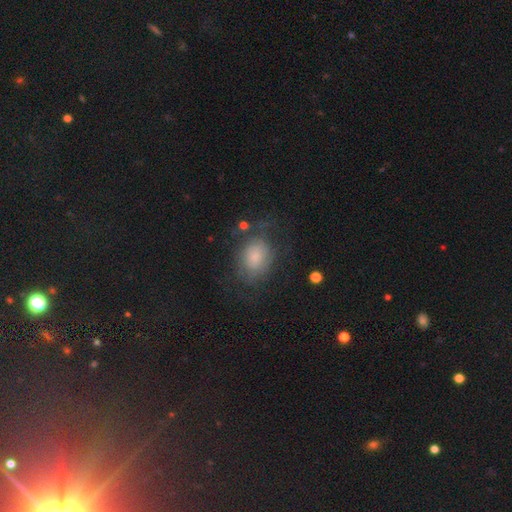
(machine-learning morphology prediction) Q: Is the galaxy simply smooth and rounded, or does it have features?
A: smooth — 56%.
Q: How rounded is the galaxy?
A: in between — 67%.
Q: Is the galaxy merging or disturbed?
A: none — 54%.